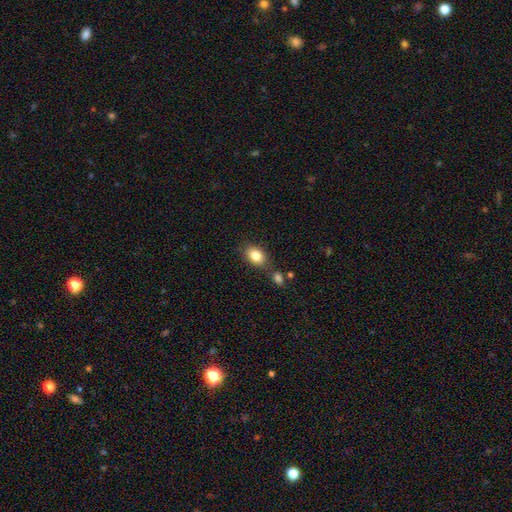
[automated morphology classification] Smooth or featured? smooth (83%)
How rounded? in between (77%)
Merging? none (72%)